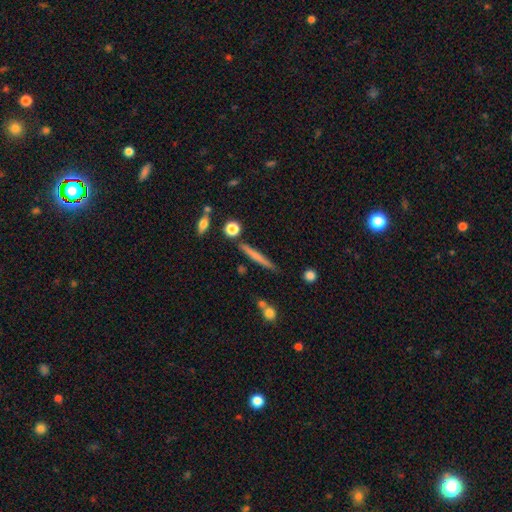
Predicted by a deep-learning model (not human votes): smooth_or_featured: smooth (p=0.59) [alt: featured or disk p=0.34]
how_rounded: cigar-shaped (p=0.94) [alt: in between p=0.04]
merging: none (p=0.83) [alt: minor disturbance p=0.10]